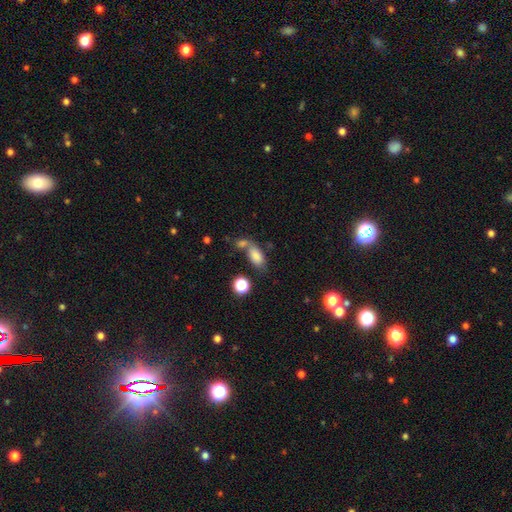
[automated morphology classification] Smooth or featured? smooth (81%)
How rounded? in between (87%)
Merging? none (41%)